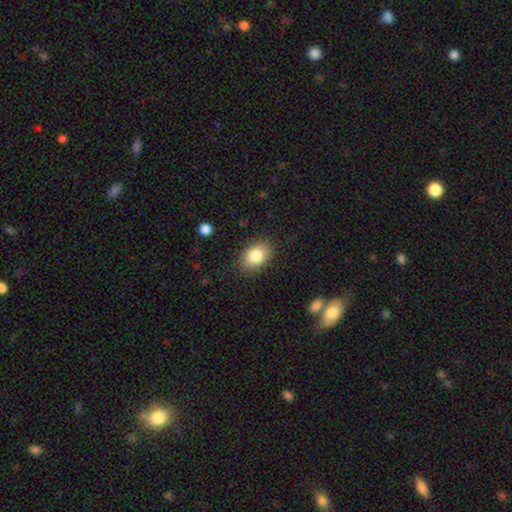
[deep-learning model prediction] smooth_or_featured: smooth (p=0.84) [alt: featured or disk p=0.08]
how_rounded: in between (p=0.83) [alt: round p=0.16]
merging: none (p=0.86) [alt: minor disturbance p=0.10]